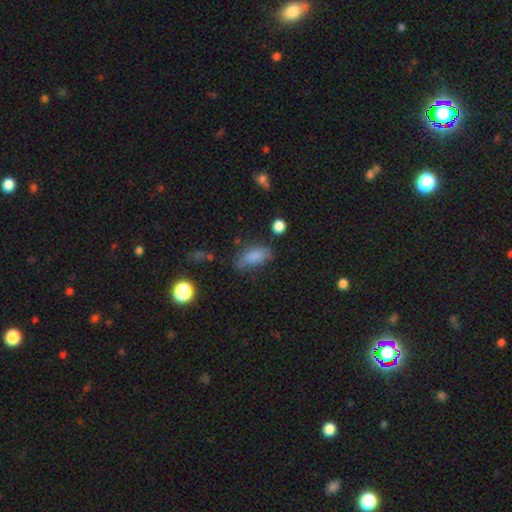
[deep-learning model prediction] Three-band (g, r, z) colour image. It shows a smooth galaxy with no disk features (78%) that is in between round and cigar-shaped (82%). Merging: none (62%).